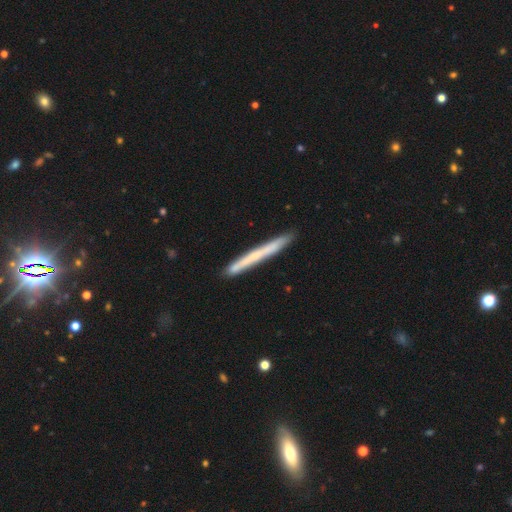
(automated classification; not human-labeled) Smooth or featured? Predicted: smooth (p=0.55). How rounded? Predicted: cigar-shaped (p=0.97). Merging? Predicted: none (p=0.89).